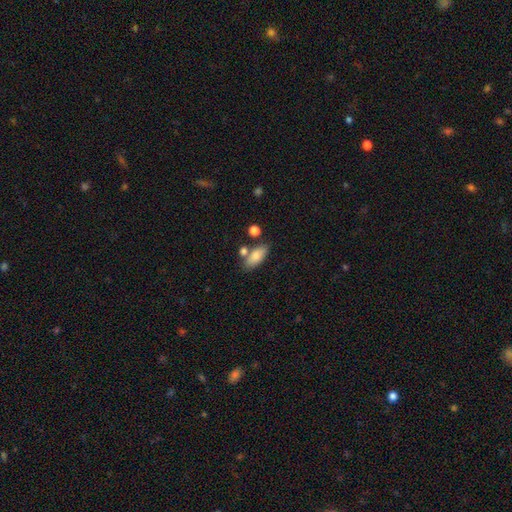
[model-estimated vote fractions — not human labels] Smooth or featured?
  - smooth: 81% *
  - featured or disk: 12%
  - star or artifact: 7%
How rounded?
  - in between: 84% *
  - cigar-shaped: 12%
  - round: 4%
Merging?
  - none: 64% *
  - merger: 16%
  - minor disturbance: 15%
  - major disturbance: 4%